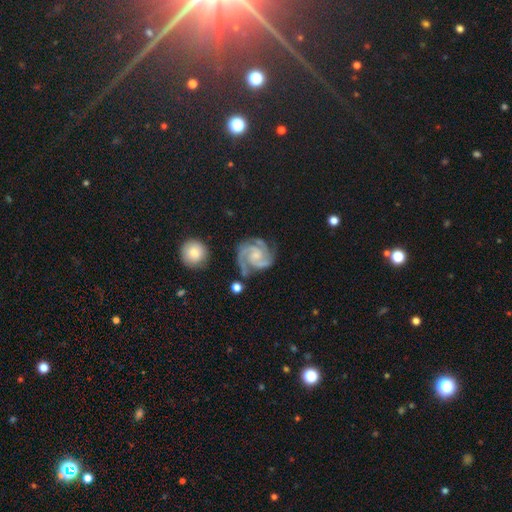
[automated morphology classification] featured or disk 91%, smooth 5%, star or artifact 5%. Down the decision tree: edge-on disk — no (98%); bar — no (60%); spiral arms — yes (98%); spiral arm count — 3 (49%); spiral winding — tight (57%); bulge size — small (55%); merging — none (67%).